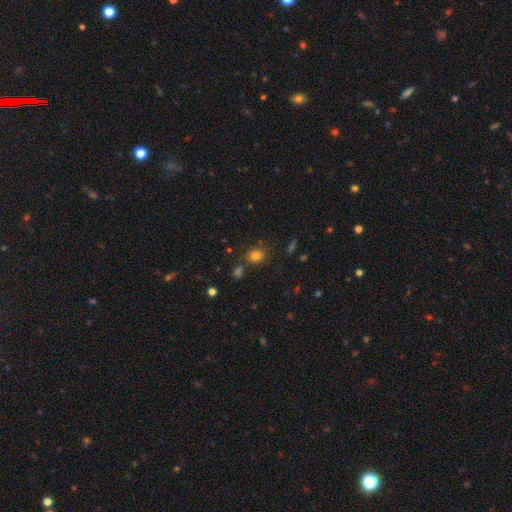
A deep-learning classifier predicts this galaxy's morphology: Overall: smooth (77%). How rounded: round (63%; in between 35%). Merging: none (78%).